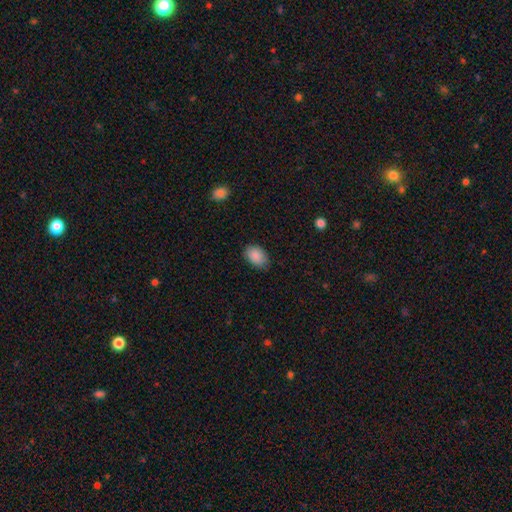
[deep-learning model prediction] Smooth or featured: smooth — 89% (star or artifact — 7%)
How rounded: in between — 86% (round — 13%)
Merging: none — 80% (minor disturbance — 16%)